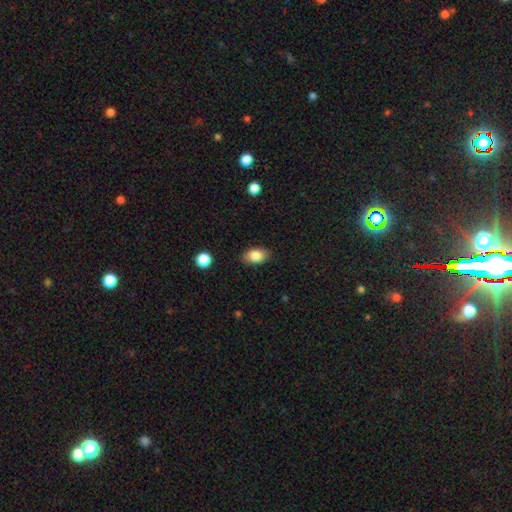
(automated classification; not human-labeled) Q: Smooth or featured?
A: smooth (85%); runner-up: star or artifact (8%)
Q: How rounded?
A: in between (86%); runner-up: round (12%)
Q: Merging?
A: none (85%); runner-up: minor disturbance (12%)